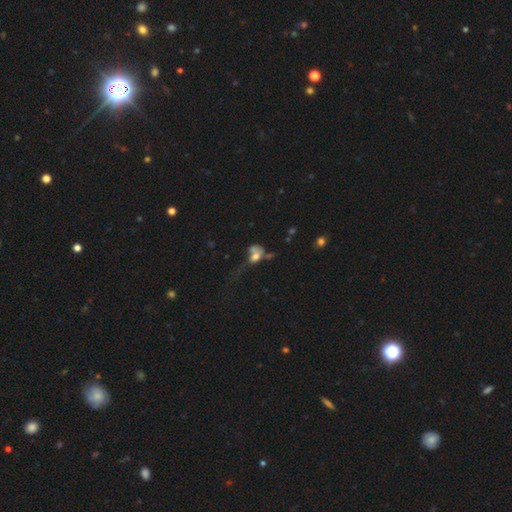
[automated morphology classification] Overall: smooth (58%; featured or disk 28%). How rounded: in between (61%; round 36%). Merging: major disturbance (38%; merger 31%).